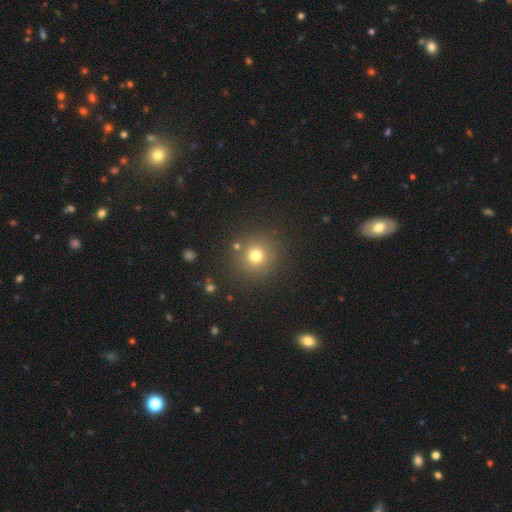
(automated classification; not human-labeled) This appears to be a smooth galaxy with no disk features (73%) that is round (94%). Merging: none (86%).